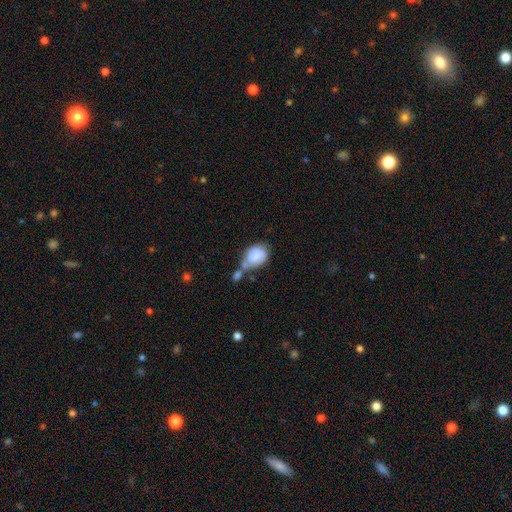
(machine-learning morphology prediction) Overall: smooth (73%). How rounded: in between (63%; round 36%). Merging: merger (46%; none 24%).